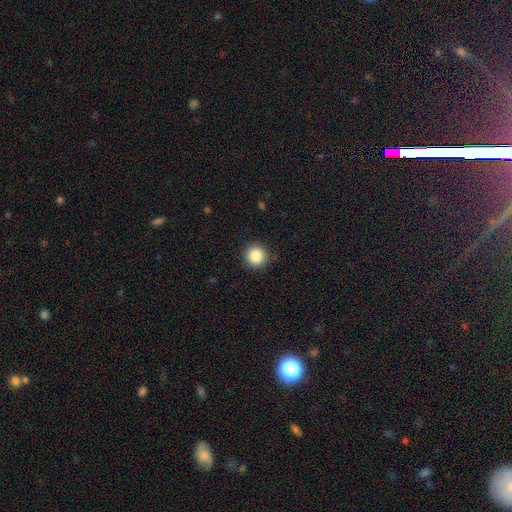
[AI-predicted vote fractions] Smooth or featured? Predicted: smooth (p=0.87). How rounded? Predicted: round (p=0.94). Merging? Predicted: none (p=0.90).